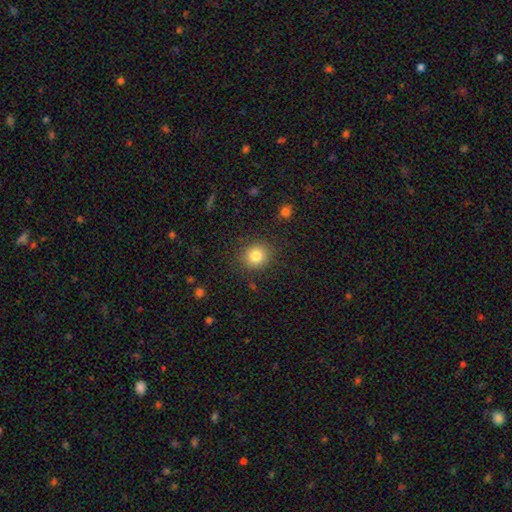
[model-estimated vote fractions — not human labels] Smooth or featured? Predicted: smooth (p=0.83). How rounded? Predicted: round (p=0.80). Merging? Predicted: none (p=0.87).